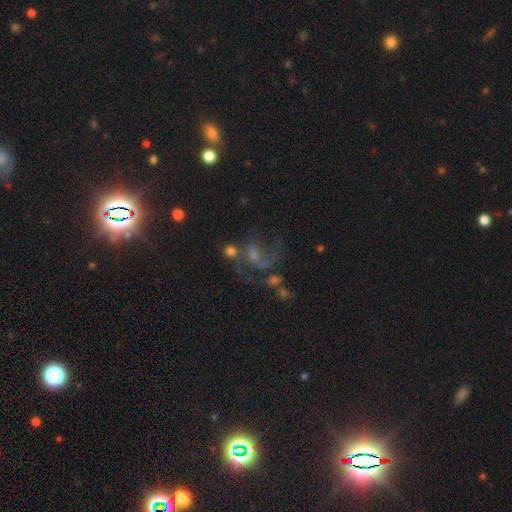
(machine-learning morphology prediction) Smooth or featured? featured or disk (62%)
Edge-on disk? no (98%)
Bar? no (57%)
Spiral arms? yes (80%)
Bulge size? moderate (36%)
Merging? none (35%)